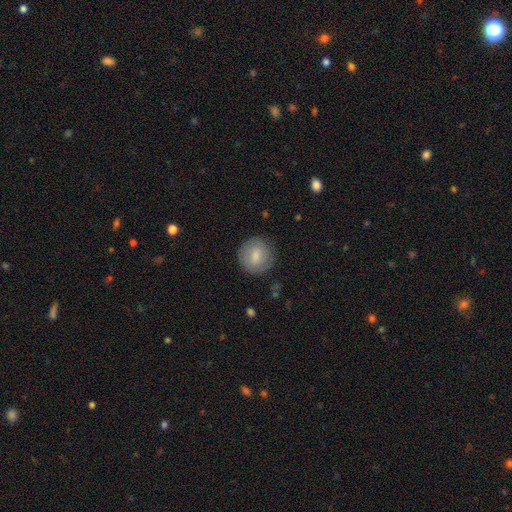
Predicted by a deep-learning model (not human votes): smooth-or-featured: smooth: 77% | featured or disk: 17% | star or artifact: 7%
  how-rounded: round: 88% | in between: 11% | cigar-shaped: 1%
  merging: none: 84% | minor disturbance: 11% | major disturbance: 4% | merger: 1%